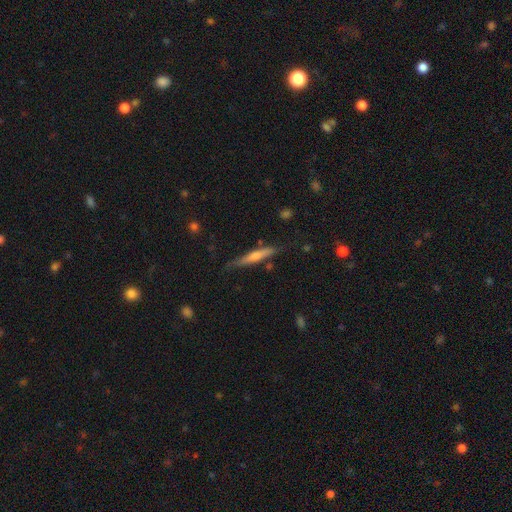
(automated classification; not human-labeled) Smooth or featured? Predicted: featured or disk (p=0.50). Merging? Predicted: none (p=0.75).